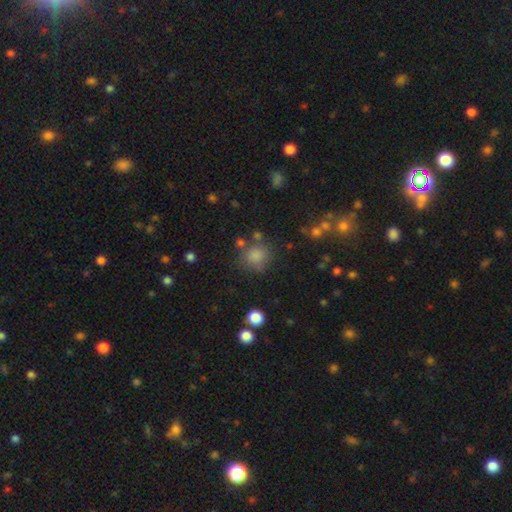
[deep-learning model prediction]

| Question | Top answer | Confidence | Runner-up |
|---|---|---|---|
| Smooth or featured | smooth | 81% | star or artifact (13%) |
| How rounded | round | 86% | in between (13%) |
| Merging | none | 72% | minor disturbance (15%) |